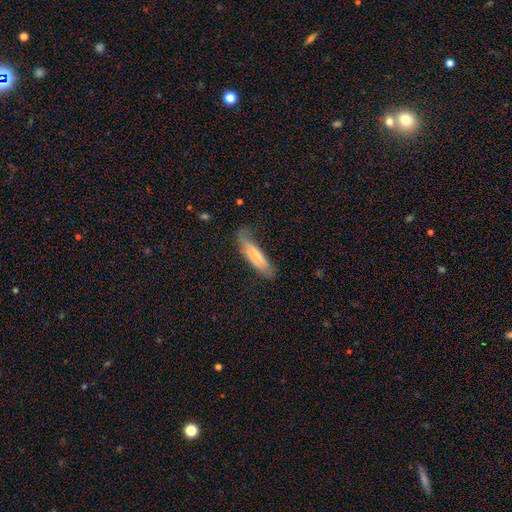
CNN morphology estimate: Smooth or featured: smooth — 65% (featured or disk — 29%)
How rounded: cigar-shaped — 65% (in between — 33%)
Merging: none — 64% (minor disturbance — 27%)